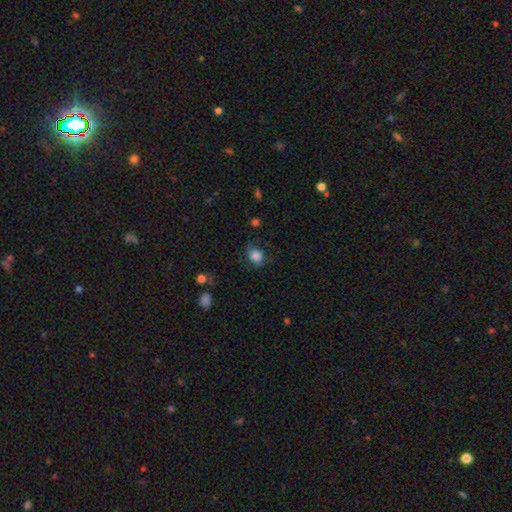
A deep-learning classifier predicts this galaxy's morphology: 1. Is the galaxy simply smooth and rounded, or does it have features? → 76% smooth, 15% featured or disk, 9% star or artifact.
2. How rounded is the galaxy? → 65% round, 34% in between, 1% cigar-shaped.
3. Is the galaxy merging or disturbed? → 60% none, 25% minor disturbance, 14% major disturbance, 2% merger.